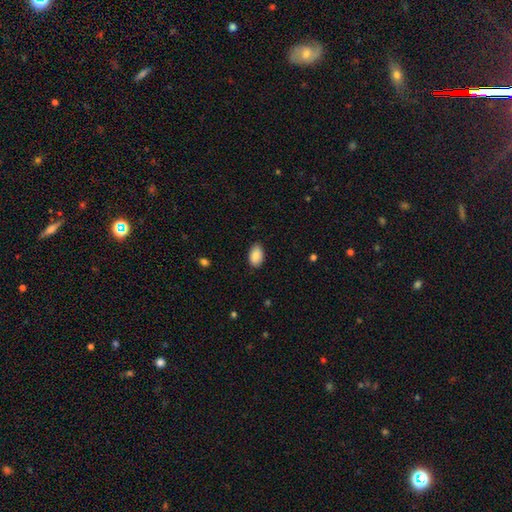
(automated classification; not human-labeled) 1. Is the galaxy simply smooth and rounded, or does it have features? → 88% smooth, 7% star or artifact, 5% featured or disk.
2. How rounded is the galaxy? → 92% in between, 6% round, 1% cigar-shaped.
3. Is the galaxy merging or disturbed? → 84% none, 13% minor disturbance, 2% major disturbance, 1% merger.